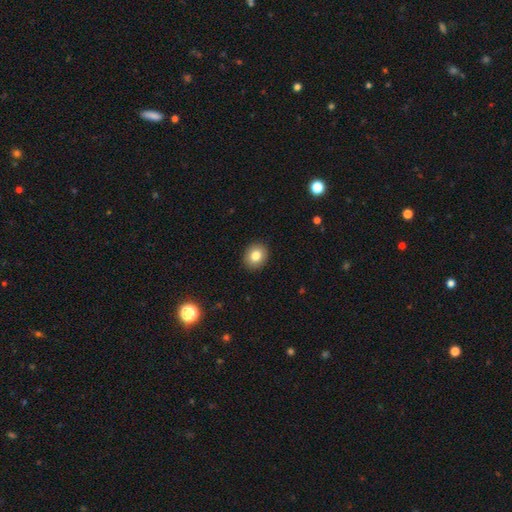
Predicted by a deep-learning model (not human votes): smooth_or_featured: smooth (p=0.82) [alt: star or artifact p=0.09]
how_rounded: round (p=0.62) [alt: in between p=0.38]
merging: none (p=0.91) [alt: minor disturbance p=0.06]